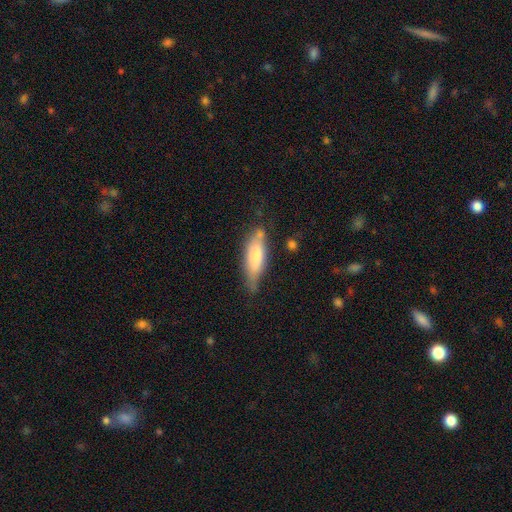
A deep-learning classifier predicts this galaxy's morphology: smooth_or_featured: smooth (p=0.60) [alt: featured or disk p=0.33]
how_rounded: cigar-shaped (p=0.53) [alt: in between p=0.45]
merging: none (p=0.62) [alt: minor disturbance p=0.28]